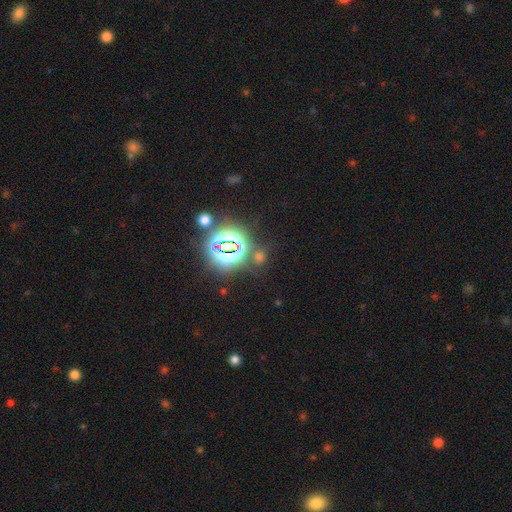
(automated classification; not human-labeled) Morphology: type=star or artifact (75%).